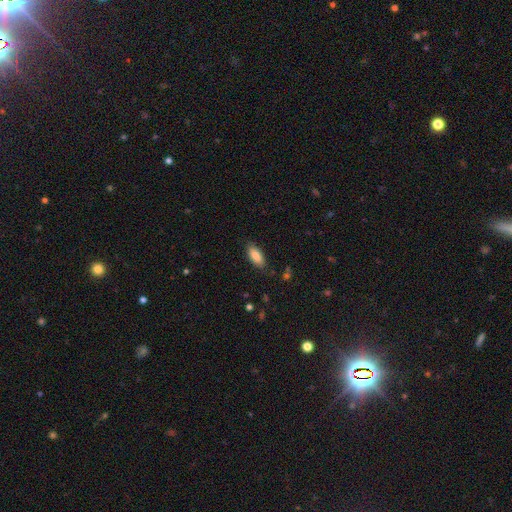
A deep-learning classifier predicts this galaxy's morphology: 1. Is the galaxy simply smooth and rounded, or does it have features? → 87% smooth, 7% featured or disk, 6% star or artifact.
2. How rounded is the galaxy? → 83% in between, 15% cigar-shaped, 2% round.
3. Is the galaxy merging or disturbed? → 84% none, 12% minor disturbance, 3% major disturbance, 1% merger.